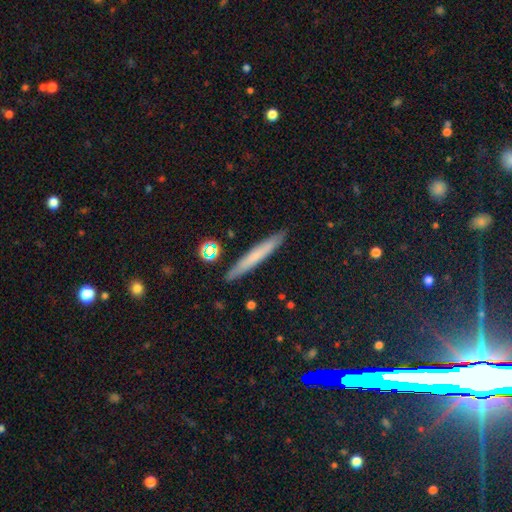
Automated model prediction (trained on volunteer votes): smooth-or-featured: smooth: 61% | featured or disk: 31% | star or artifact: 8%
  how-rounded: cigar-shaped: 96% | in between: 3% | round: 1%
  merging: none: 90% | minor disturbance: 7% | merger: 2% | major disturbance: 1%